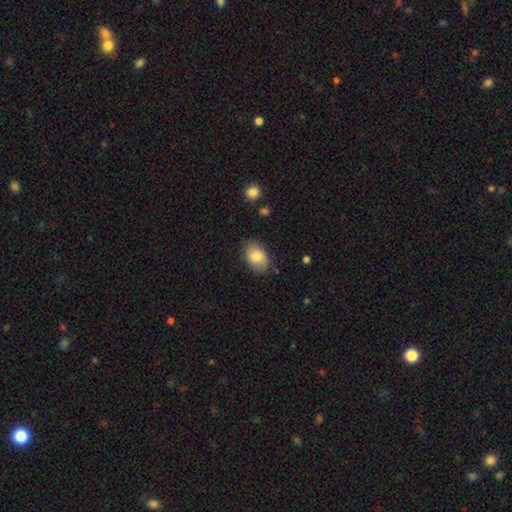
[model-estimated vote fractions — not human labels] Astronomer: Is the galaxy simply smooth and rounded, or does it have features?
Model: smooth — 82%.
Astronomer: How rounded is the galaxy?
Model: in between — 87%.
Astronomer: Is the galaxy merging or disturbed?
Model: none — 81%.